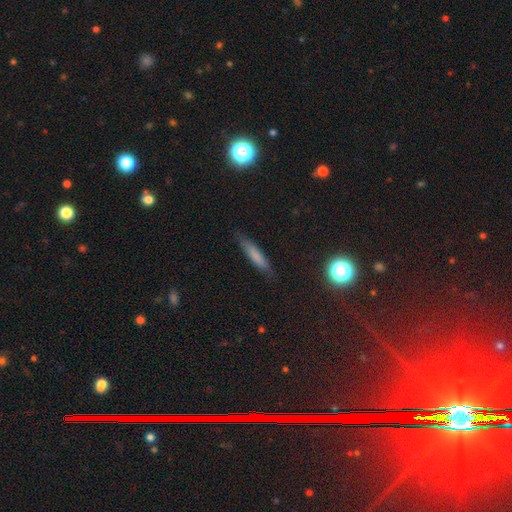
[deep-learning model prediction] This is likely a smooth galaxy (73%). How rounded: clearly cigar-shaped (83%). Merging: clearly none (82%).